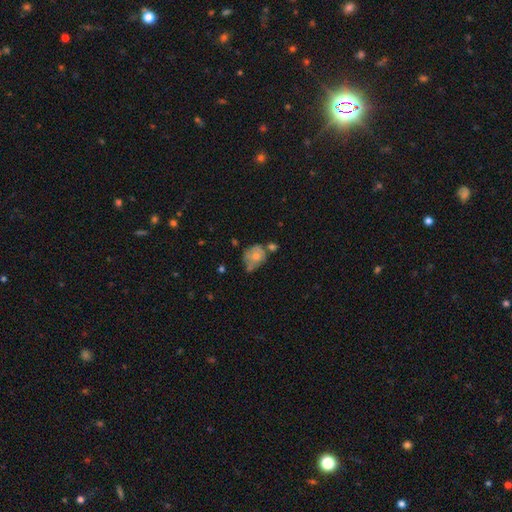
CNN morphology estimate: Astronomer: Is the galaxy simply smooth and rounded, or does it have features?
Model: smooth — 61%.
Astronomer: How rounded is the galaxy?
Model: in between — 54% (runner-up: round, 45%).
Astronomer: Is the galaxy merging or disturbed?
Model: minor disturbance — 32% (runner-up: none, 31%).